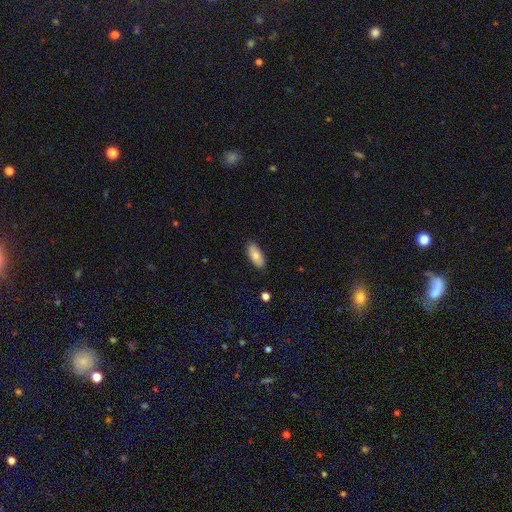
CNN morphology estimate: Overall: smooth (79%). How rounded: in between (89%). Merging: none (87%).